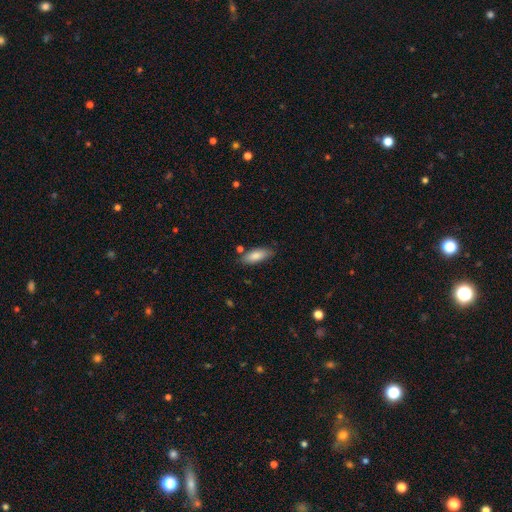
smooth 77%, featured or disk 13%, star or artifact 10%. Down the decision tree: how rounded — in between (83%); merging — none (86%).